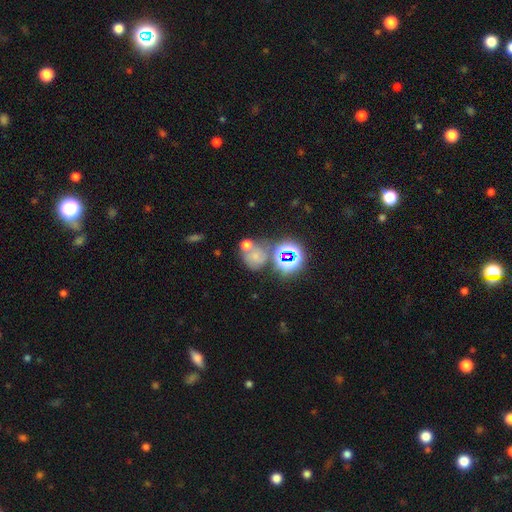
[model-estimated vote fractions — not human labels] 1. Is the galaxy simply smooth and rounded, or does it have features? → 54% smooth, 29% star or artifact, 17% featured or disk.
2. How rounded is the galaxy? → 73% round, 26% in between, 1% cigar-shaped.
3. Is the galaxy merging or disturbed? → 41% none, 37% merger, 14% minor disturbance, 9% major disturbance.